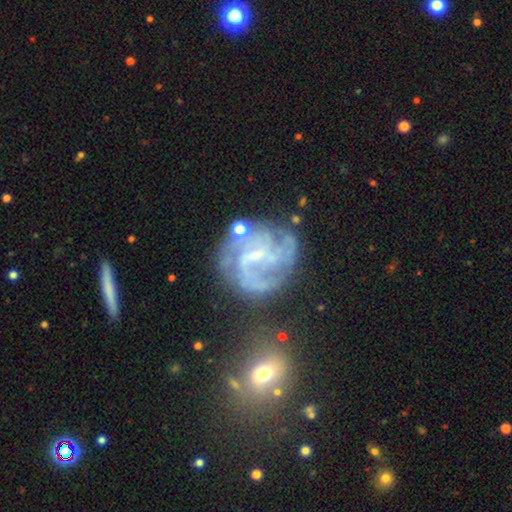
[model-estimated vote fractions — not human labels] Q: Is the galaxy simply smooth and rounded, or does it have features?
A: featured or disk — 81%.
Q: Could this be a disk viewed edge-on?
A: no — 98%.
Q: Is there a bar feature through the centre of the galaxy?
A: weak — 51%.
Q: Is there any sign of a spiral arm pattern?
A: yes — 88%.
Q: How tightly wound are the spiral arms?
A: tight — 41%, tied with medium.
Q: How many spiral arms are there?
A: can't tell — 31%.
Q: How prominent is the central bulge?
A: small — 64%.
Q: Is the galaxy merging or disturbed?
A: none — 53%.